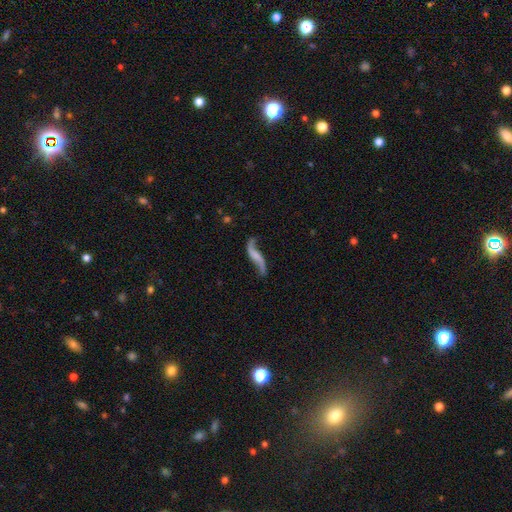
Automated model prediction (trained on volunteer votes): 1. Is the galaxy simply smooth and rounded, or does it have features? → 81% featured or disk, 13% smooth, 6% star or artifact.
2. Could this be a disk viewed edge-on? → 88% no, 12% yes.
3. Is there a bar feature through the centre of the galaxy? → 52% no, 32% weak, 16% strong.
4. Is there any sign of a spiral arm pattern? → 94% yes, 6% no.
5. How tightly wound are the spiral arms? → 94% loose, 5% medium, 2% tight.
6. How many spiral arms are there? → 93% 2, 3% 1, 2% can't tell, 1% 3, 1% 4, 1% more than 4.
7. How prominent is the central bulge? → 57% none, 25% small, 12% moderate, 4% large, 2% dominant.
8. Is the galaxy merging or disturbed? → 70% none, 17% minor disturbance, 9% major disturbance, 4% merger.